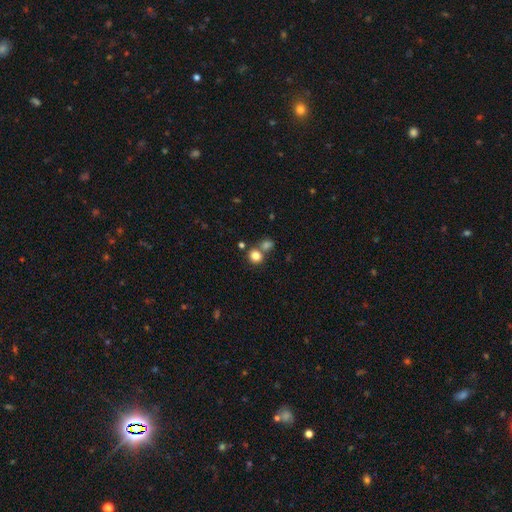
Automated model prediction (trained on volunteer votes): A smooth galaxy with no disk features (81%) that is round (82%).

Vote fractions:
- Smooth or featured? smooth: 81% / star or artifact: 12% / featured or disk: 7%
- How rounded? round: 82% / in between: 17% / cigar-shaped: 1%
- Merging? none: 58% / merger: 30% / minor disturbance: 9% / major disturbance: 4%